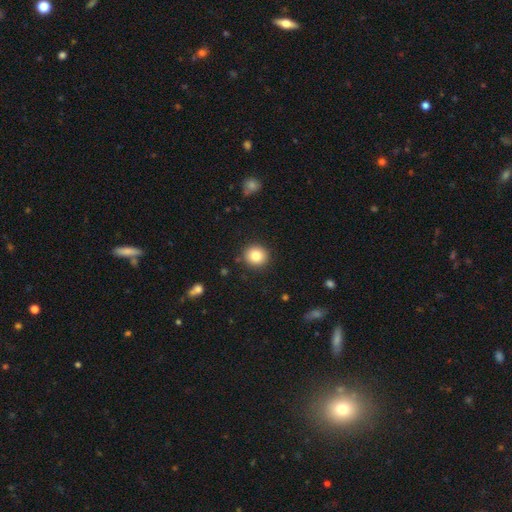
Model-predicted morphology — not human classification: Smooth or featured? smooth (83%)
How rounded? round (90%)
Merging? none (90%)